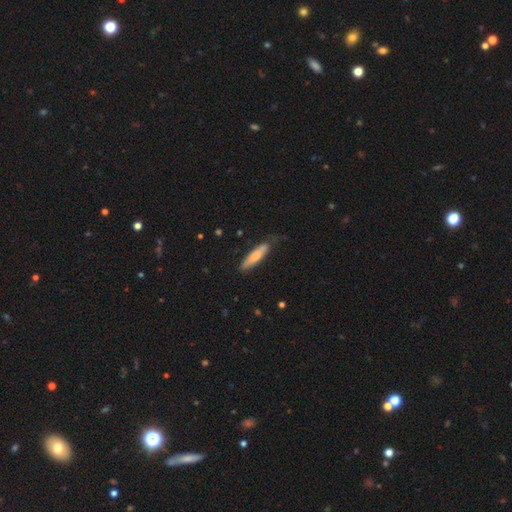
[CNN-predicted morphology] Smooth or featured: smooth — 66% (featured or disk — 28%)
How rounded: cigar-shaped — 78% (in between — 21%)
Merging: none — 70% (minor disturbance — 24%)